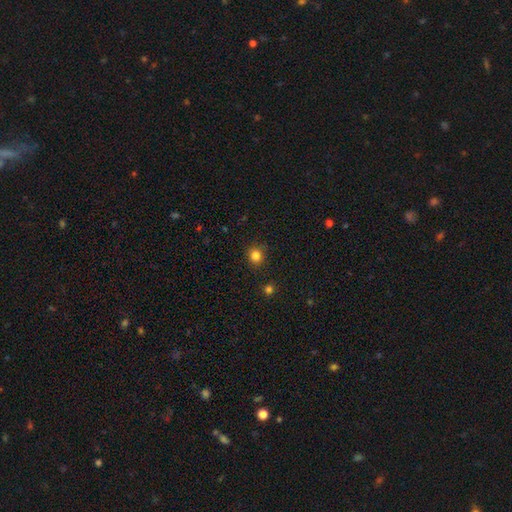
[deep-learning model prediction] Overall: smooth (83%). How rounded: round (90%). Merging: none (88%).